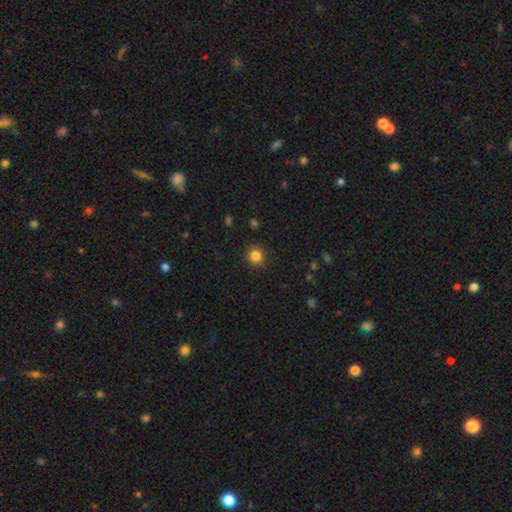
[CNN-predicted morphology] The model was most divided on "smooth or featured": smooth: 84%, star or artifact: 11%, featured or disk: 5%. More confident: how rounded — round (88%); merging — none (86%).